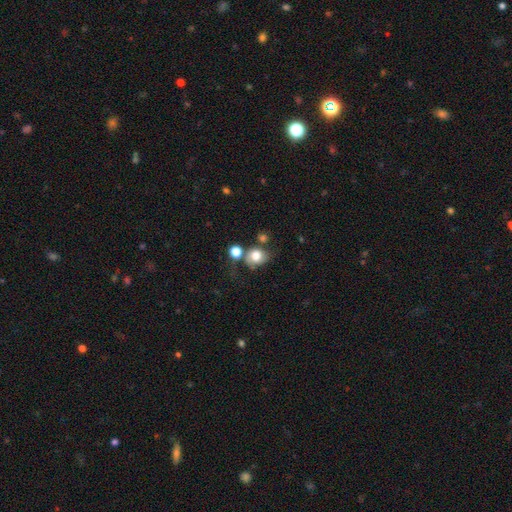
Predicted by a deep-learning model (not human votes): Morphology: type=smooth (72%); roundness=round (68%); merging=none (43%).